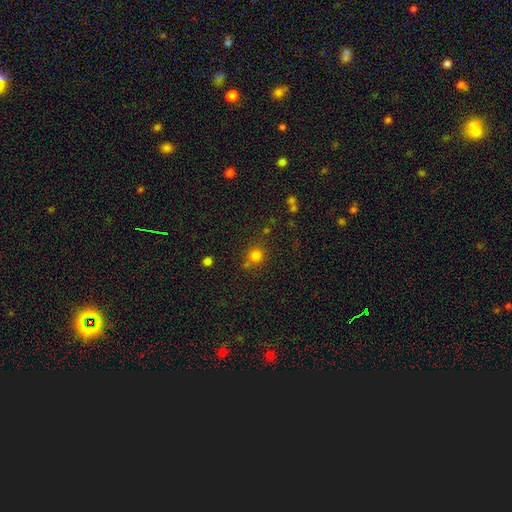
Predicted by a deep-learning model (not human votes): smooth 79%, star or artifact 16%, featured or disk 6%. Down the decision tree: how rounded — round (87%); merging — none (68%).